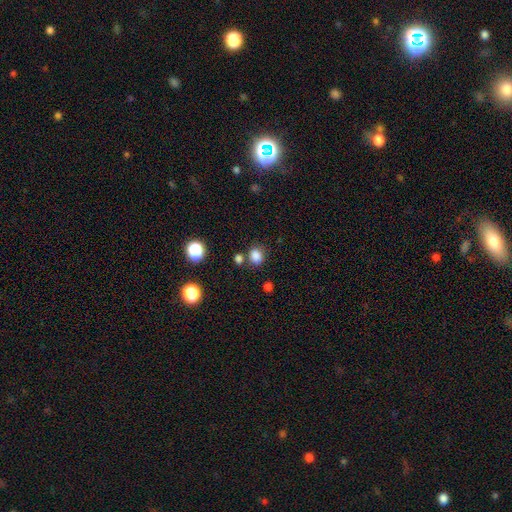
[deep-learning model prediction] A smooth galaxy with no disk features (83%) that is round (60%).

Vote fractions:
- Smooth or featured? smooth: 83% / star or artifact: 13% / featured or disk: 4%
- How rounded? round: 60% / in between: 39% / cigar-shaped: 1%
- Merging? none: 73% / minor disturbance: 12% / merger: 10% / major disturbance: 4%